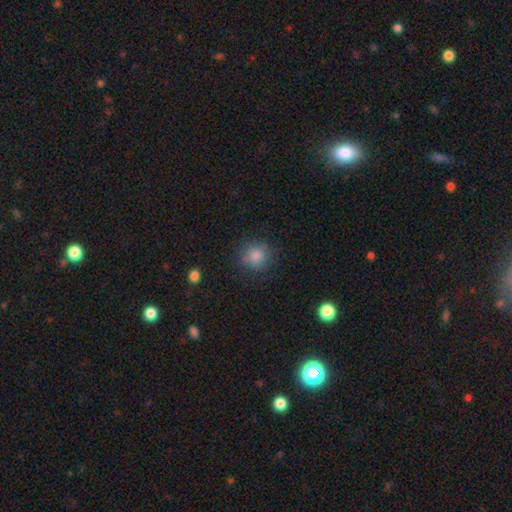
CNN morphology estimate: Overall: smooth (82%). How rounded: round (87%). Merging: none (84%).